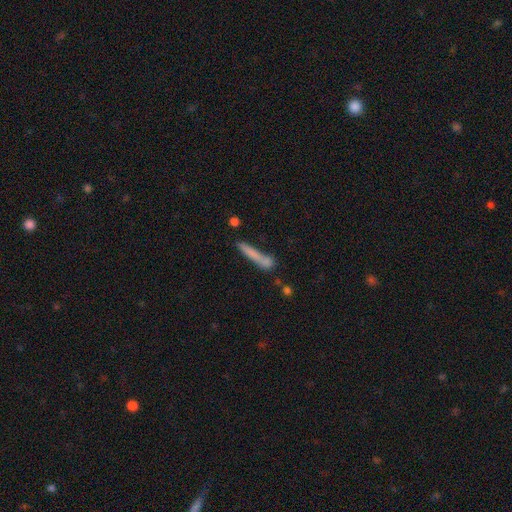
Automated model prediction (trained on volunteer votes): Q: Smooth or featured?
A: smooth (68%); runner-up: featured or disk (22%)
Q: How rounded?
A: cigar-shaped (93%); runner-up: in between (5%)
Q: Merging?
A: none (65%); runner-up: minor disturbance (16%)